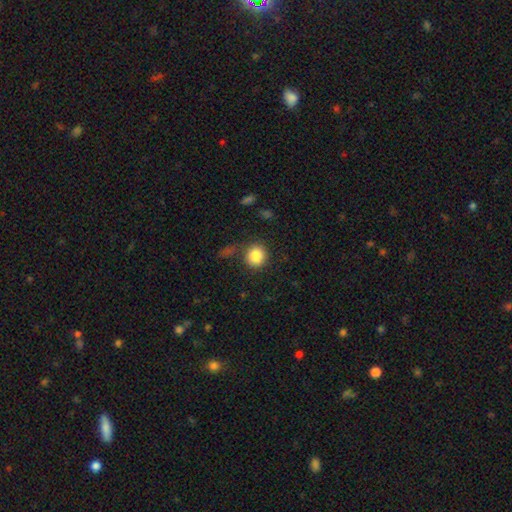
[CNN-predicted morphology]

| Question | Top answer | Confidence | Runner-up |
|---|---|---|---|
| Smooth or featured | smooth | 85% | star or artifact (9%) |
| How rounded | round | 88% | in between (11%) |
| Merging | none | 78% | minor disturbance (13%) |